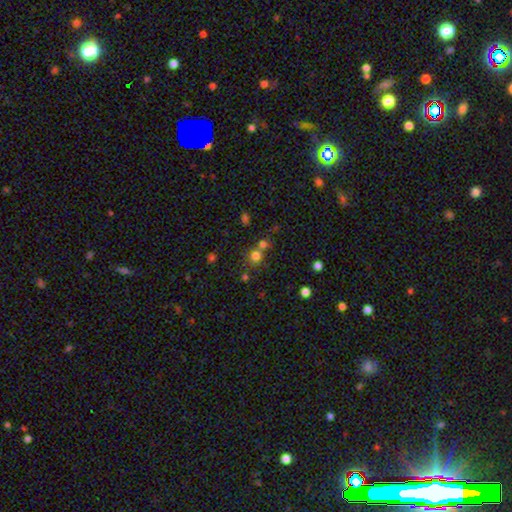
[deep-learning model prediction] This is likely a smooth galaxy (74%). How rounded: clearly round (87%). Merging: possibly none (56%).